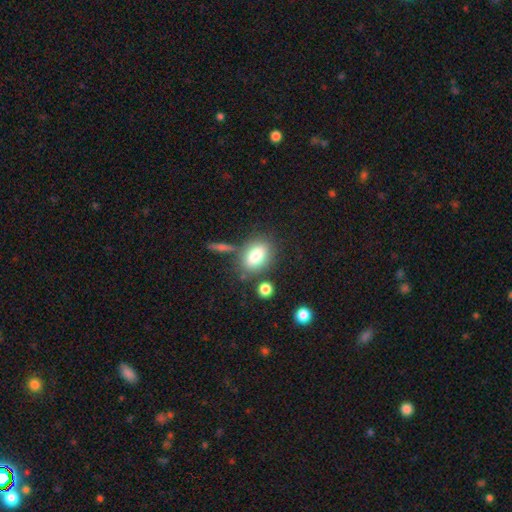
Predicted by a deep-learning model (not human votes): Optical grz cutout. It shows a smooth galaxy with no disk features (78%) that is in between round and cigar-shaped (76%). Merging: none (70%).